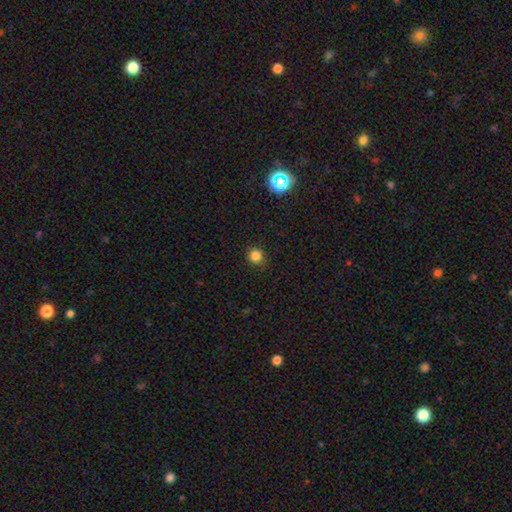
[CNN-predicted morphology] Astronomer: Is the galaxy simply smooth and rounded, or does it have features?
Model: smooth — 82%.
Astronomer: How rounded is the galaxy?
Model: round — 92%.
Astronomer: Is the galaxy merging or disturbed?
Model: none — 85%.